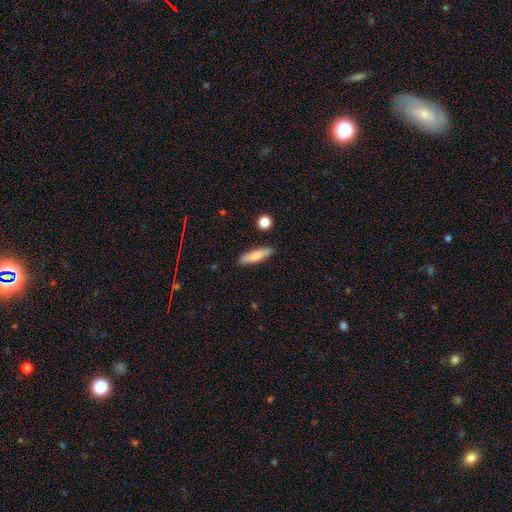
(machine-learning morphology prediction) A smooth galaxy with no disk features (76%) that is cigar-shaped (72%). Merging: none (88%).